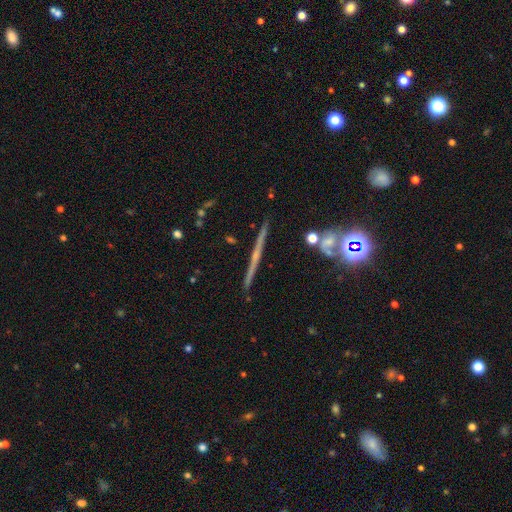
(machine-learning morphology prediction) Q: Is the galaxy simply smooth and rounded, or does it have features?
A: featured or disk — 68%.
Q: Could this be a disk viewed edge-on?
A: yes — 97%.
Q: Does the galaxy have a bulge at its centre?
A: rounded — 51%.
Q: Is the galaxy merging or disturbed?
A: none — 89%.